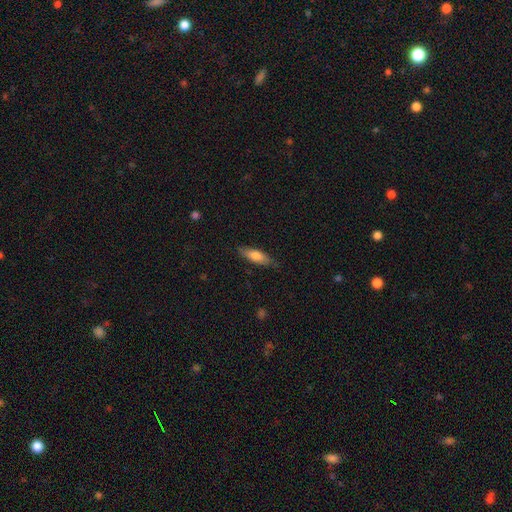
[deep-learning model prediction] This appears to be a smooth galaxy with no disk features (73%) that is in between round and cigar-shaped (49%, tied with cigar-shaped). Merging: none (81%).